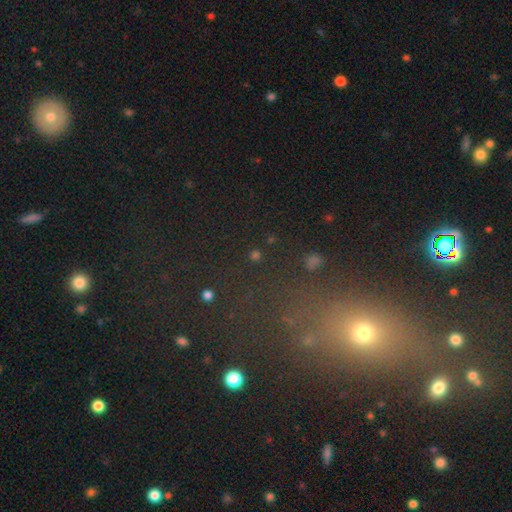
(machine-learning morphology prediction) A star or artifact, not a galaxy (50%).